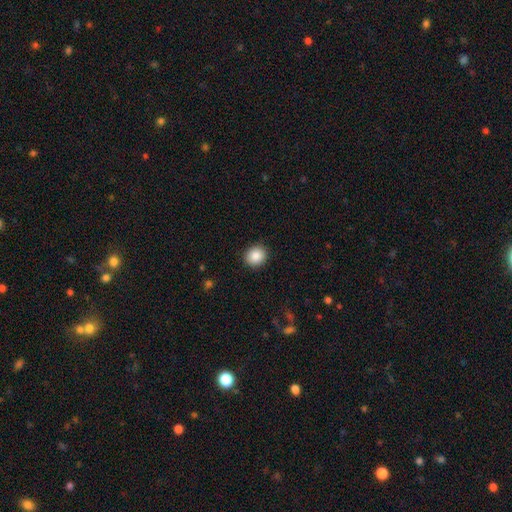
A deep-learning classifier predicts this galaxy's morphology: This appears to be a smooth galaxy with no disk features (87%) that is round (82%). Merging: none (91%).